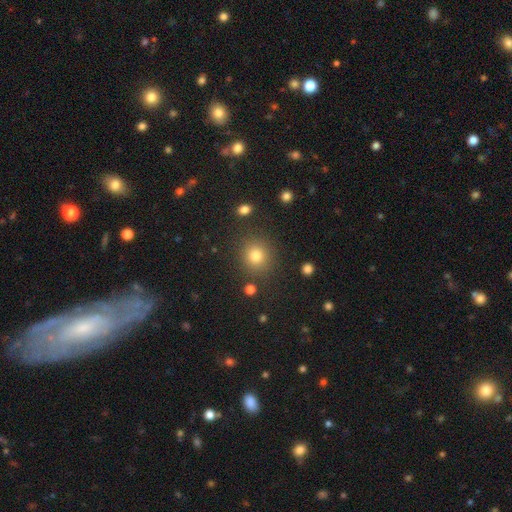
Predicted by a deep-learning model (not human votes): Smooth or featured: smooth — 80% (star or artifact — 14%)
How rounded: round — 88% (in between — 11%)
Merging: none — 87% (minor disturbance — 7%)